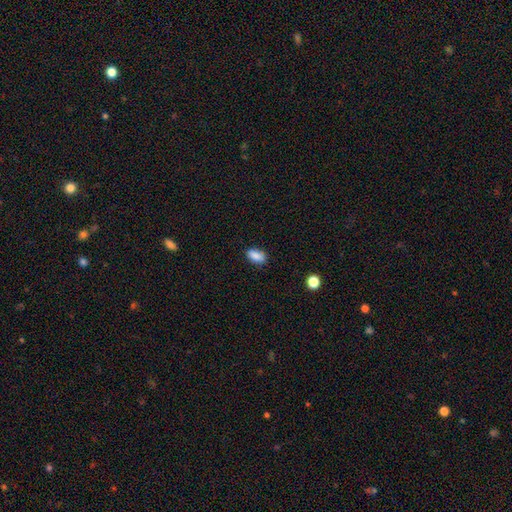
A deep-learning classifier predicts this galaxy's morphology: This is clearly a smooth galaxy (86%). How rounded: clearly in between (88%). Merging: clearly none (81%).